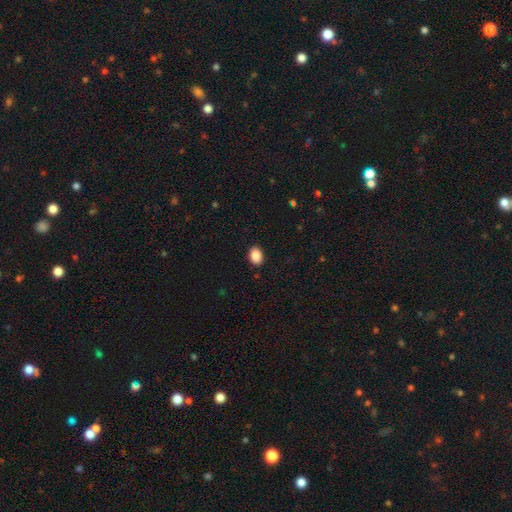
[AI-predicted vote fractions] Smooth or featured?
  - smooth: 89% *
  - star or artifact: 8%
  - featured or disk: 3%
How rounded?
  - in between: 71% *
  - round: 28%
  - cigar-shaped: 1%
Merging?
  - none: 90% *
  - minor disturbance: 7%
  - major disturbance: 2%
  - merger: 1%